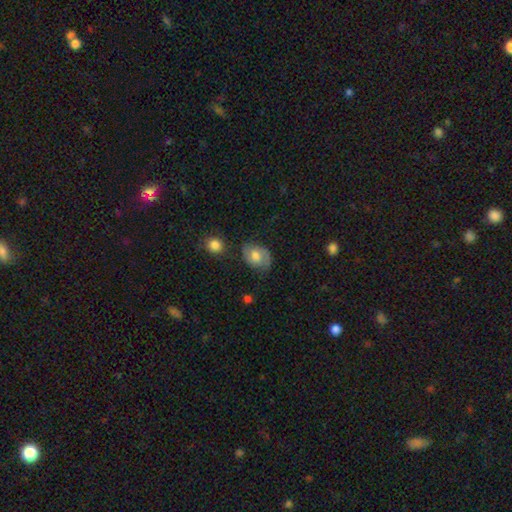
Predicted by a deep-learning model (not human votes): Smooth or featured?
  - smooth: 50% *
  - featured or disk: 42%
  - star or artifact: 8%
Merging?
  - none: 63% *
  - minor disturbance: 24%
  - major disturbance: 9%
  - merger: 4%